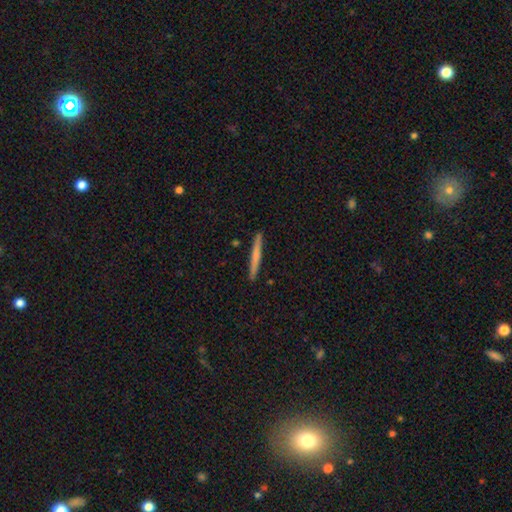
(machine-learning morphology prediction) smooth_or_featured: smooth (p=0.60) [alt: featured or disk p=0.35]
how_rounded: cigar-shaped (p=0.97) [alt: in between p=0.02]
merging: none (p=0.92) [alt: minor disturbance p=0.06]